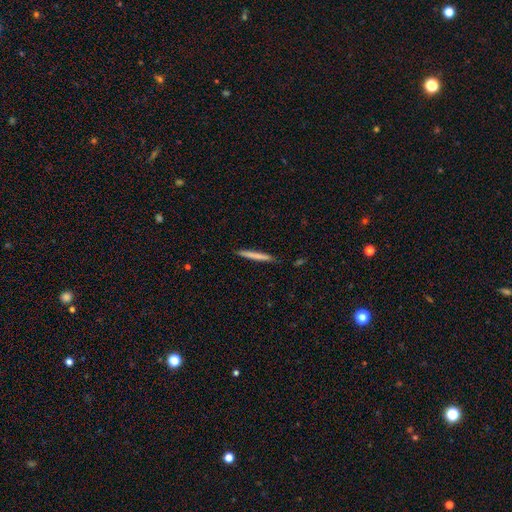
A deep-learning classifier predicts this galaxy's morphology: smooth-or-featured: smooth: 71% | featured or disk: 23% | star or artifact: 6%
  how-rounded: cigar-shaped: 97% | in between: 2% | round: 1%
  merging: none: 89% | minor disturbance: 8% | major disturbance: 1% | merger: 1%